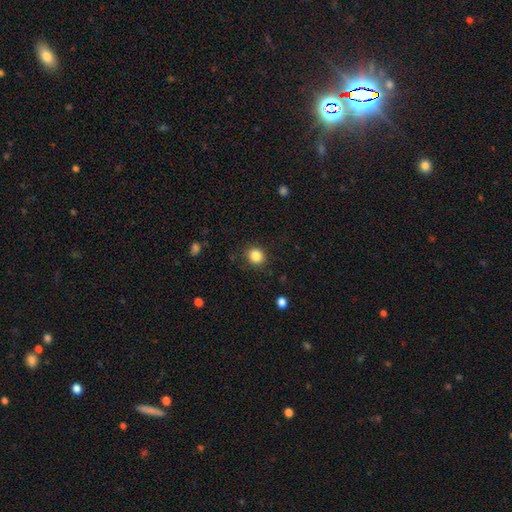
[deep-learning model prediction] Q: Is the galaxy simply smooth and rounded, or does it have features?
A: smooth — 85%.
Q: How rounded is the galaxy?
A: round — 78%.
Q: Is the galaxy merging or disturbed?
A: none — 88%.